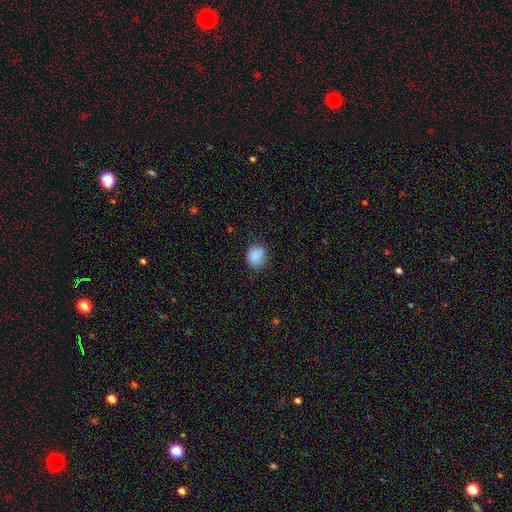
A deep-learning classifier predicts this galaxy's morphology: Smooth or featured? smooth (87%)
How rounded? round (69%)
Merging? none (77%)